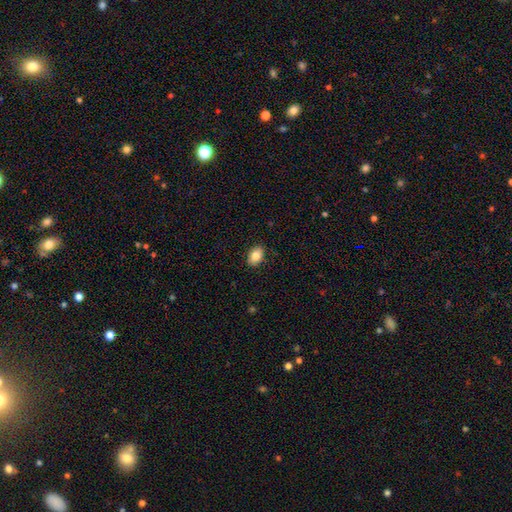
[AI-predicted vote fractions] Smooth or featured? smooth (85%)
How rounded? in between (82%)
Merging? none (89%)